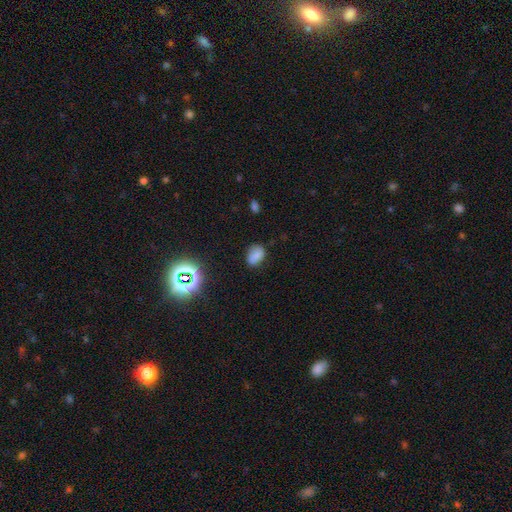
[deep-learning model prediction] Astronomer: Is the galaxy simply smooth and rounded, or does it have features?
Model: smooth — 75%.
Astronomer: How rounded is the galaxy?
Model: in between — 77%.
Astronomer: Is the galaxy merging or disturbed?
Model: none — 69%.